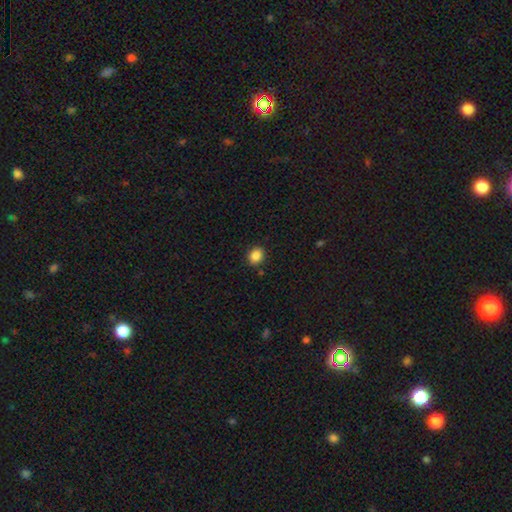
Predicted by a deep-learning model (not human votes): smooth-or-featured: smooth: 87% | star or artifact: 10% | featured or disk: 4%
  how-rounded: round: 58% | in between: 41% | cigar-shaped: 1%
  merging: none: 87% | minor disturbance: 9% | major disturbance: 2% | merger: 2%